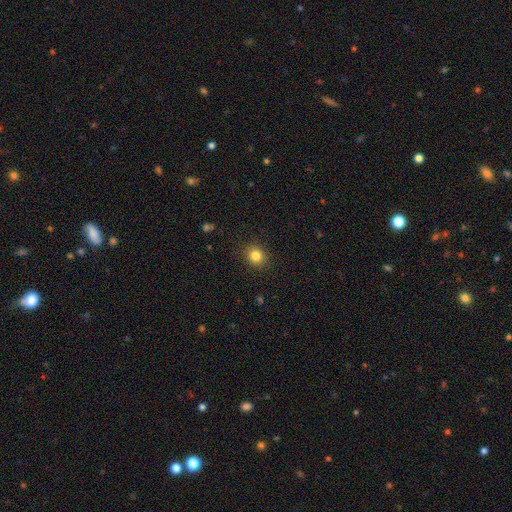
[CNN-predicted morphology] smooth 82%, star or artifact 12%, featured or disk 6%. Down the decision tree: how rounded — round (80%); merging — none (90%).